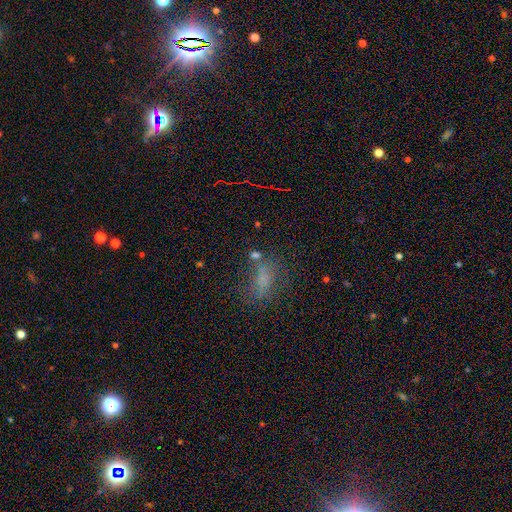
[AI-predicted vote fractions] smooth 52%, star or artifact 26%, featured or disk 21%. Down the decision tree: how rounded — in between (68%); merging — none (48%).